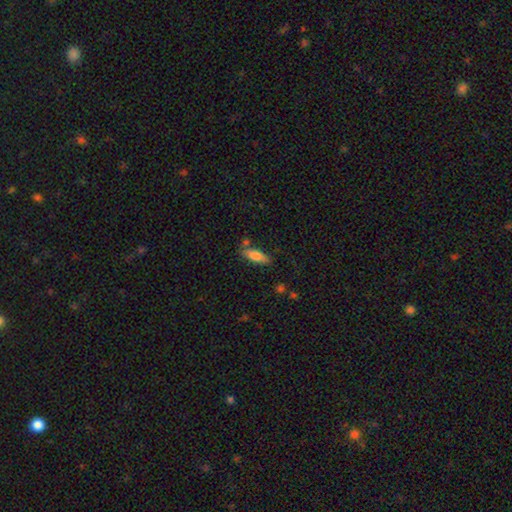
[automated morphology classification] smooth-or-featured: smooth: 78% | featured or disk: 16% | star or artifact: 7%
  how-rounded: in between: 58% | cigar-shaped: 40% | round: 2%
  merging: none: 71% | minor disturbance: 17% | merger: 8% | major disturbance: 4%